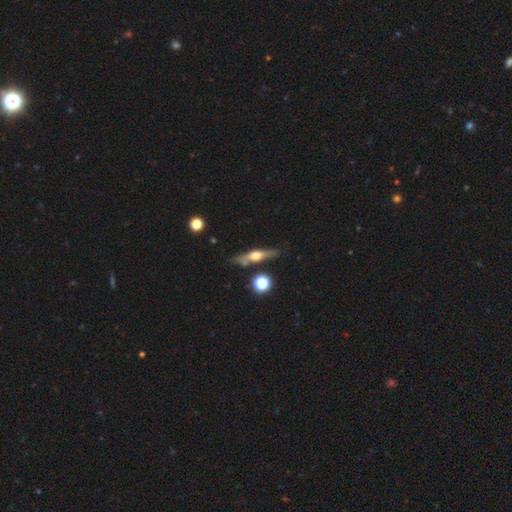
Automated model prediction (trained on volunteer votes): smooth-or-featured: featured or disk: 61% | smooth: 32% | star or artifact: 8%
  disk-edge-on: yes: 93% | no: 7%
    edge-on-bulge: rounded: 91% | boxy: 5% | none: 4%
  merging: none: 79% | minor disturbance: 12% | merger: 6% | major disturbance: 3%